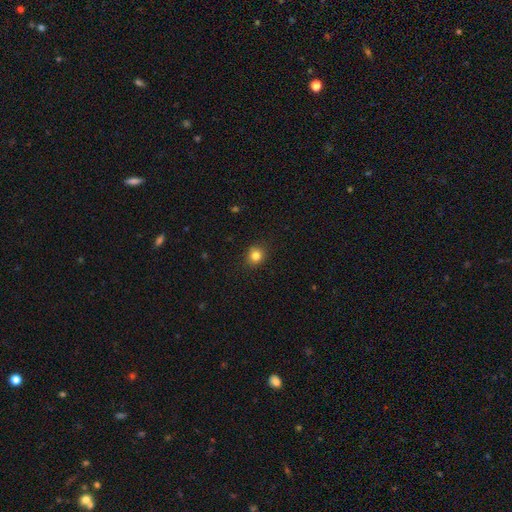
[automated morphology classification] smooth_or_featured: smooth (p=0.83) [alt: star or artifact p=0.12]
how_rounded: round (p=0.83) [alt: in between p=0.16]
merging: none (p=0.90) [alt: minor disturbance p=0.07]